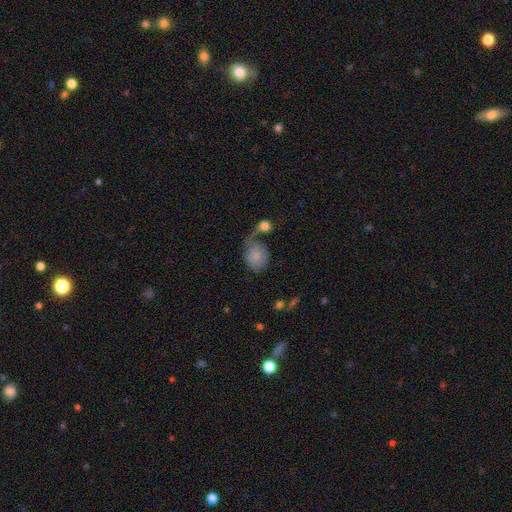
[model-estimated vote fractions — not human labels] Morphology: type=smooth (75%); roundness=round (53%); merging=none (32%).